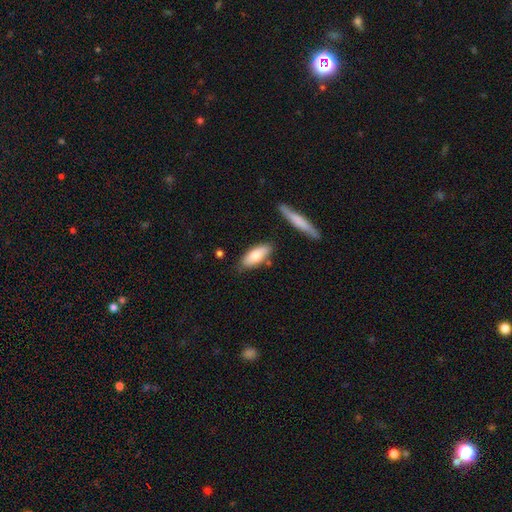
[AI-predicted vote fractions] This appears to be a smooth galaxy with no disk features (75%) that is in between round and cigar-shaped (76%). Merging: none (76%).